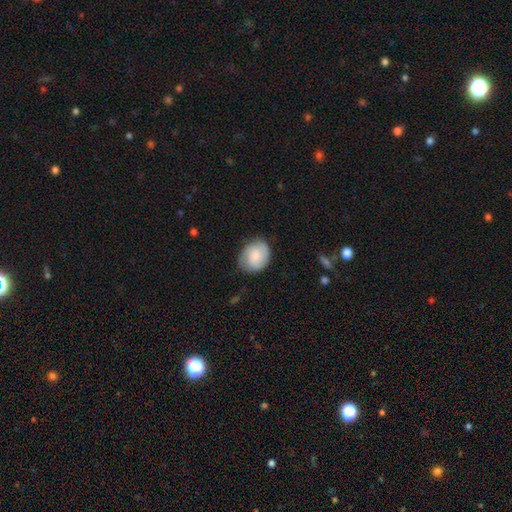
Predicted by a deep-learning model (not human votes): Overall: smooth (59%; featured or disk 34%). How rounded: round (54%; in between 45%). Merging: none (76%).